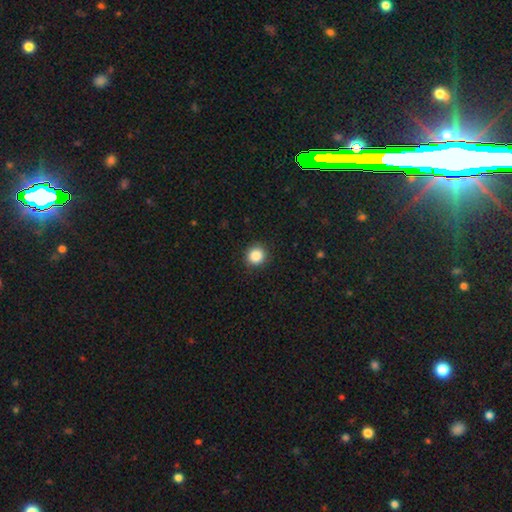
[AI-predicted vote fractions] smooth-or-featured: smooth: 87% | star or artifact: 10% | featured or disk: 3%
  how-rounded: round: 94% | in between: 5% | cigar-shaped: 1%
  merging: none: 91% | minor disturbance: 6% | major disturbance: 2% | merger: 1%